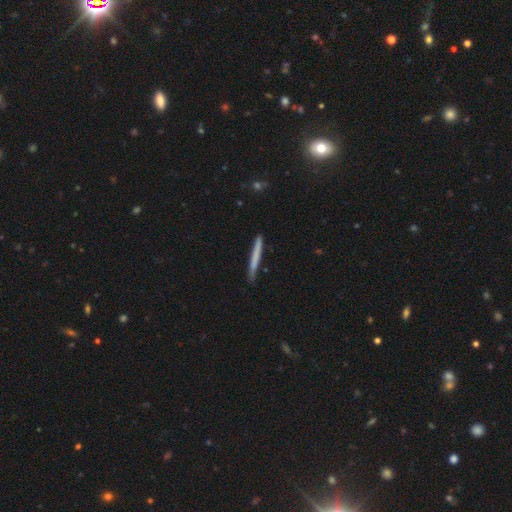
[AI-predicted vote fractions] Smooth or featured? smooth (64%)
How rounded? cigar-shaped (97%)
Merging? none (85%)